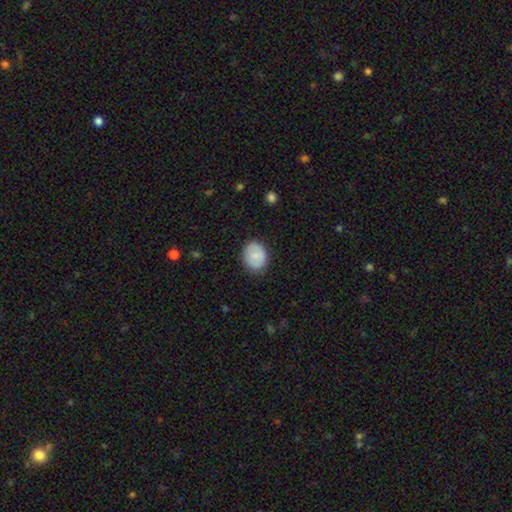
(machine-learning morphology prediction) A smooth galaxy with no disk features (81%) that is round (54%). Merging: none (85%).